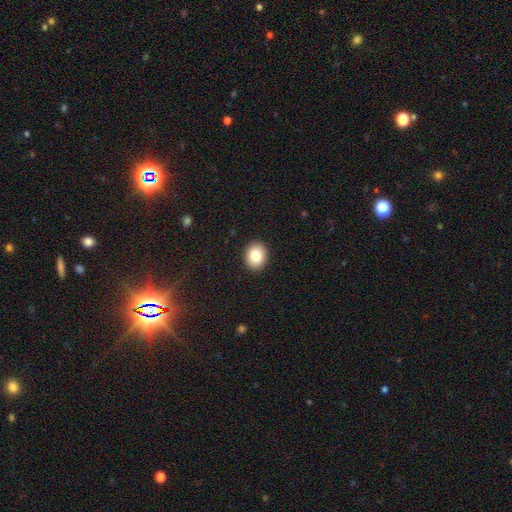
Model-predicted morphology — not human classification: A smooth galaxy with no disk features (83%) that is round (57%). Merging: none (91%).